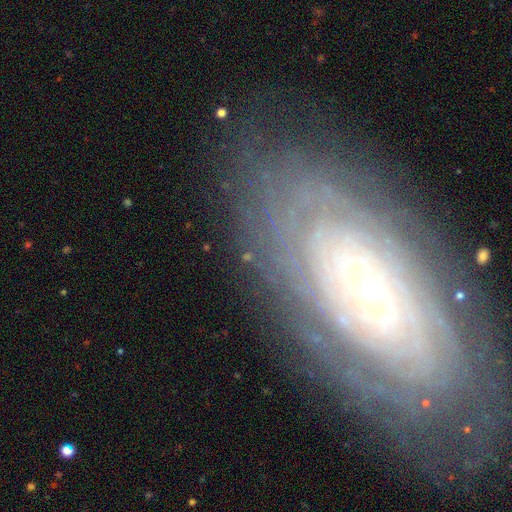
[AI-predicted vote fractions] featured or disk 83%, smooth 10%, star or artifact 7%. Down the decision tree: edge-on disk — no (91%); bar — no (61%); spiral arms — yes (91%); spiral arm count — can't tell (50%); spiral winding — tight (85%); bulge size — small (75%); merging — none (79%).